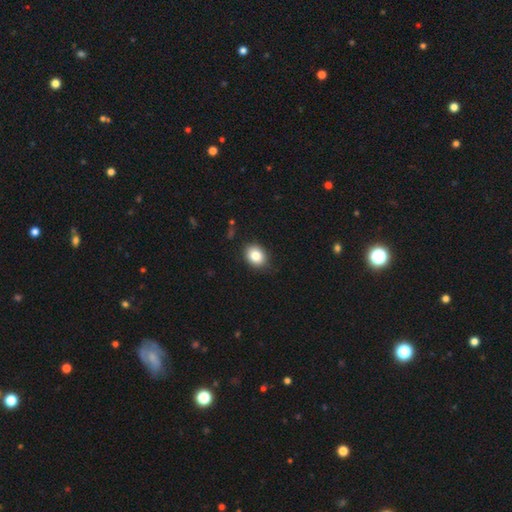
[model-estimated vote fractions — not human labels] A smooth galaxy with no disk features (84%) that is in between round and cigar-shaped (51%).

Vote fractions:
- Smooth or featured? smooth: 84% / star or artifact: 9% / featured or disk: 7%
- How rounded? in between: 51% / round: 48% / cigar-shaped: 1%
- Merging? none: 86% / minor disturbance: 11% / major disturbance: 2% / merger: 1%